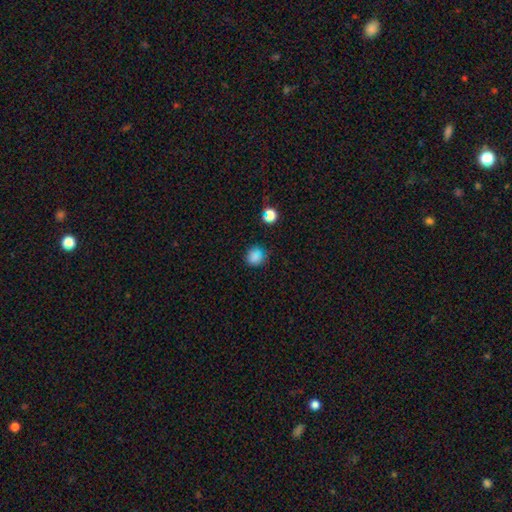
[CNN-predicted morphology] smooth_or_featured: smooth (p=0.82) [alt: star or artifact p=0.14]
how_rounded: round (p=0.86) [alt: in between p=0.13]
merging: none (p=0.79) [alt: minor disturbance p=0.15]